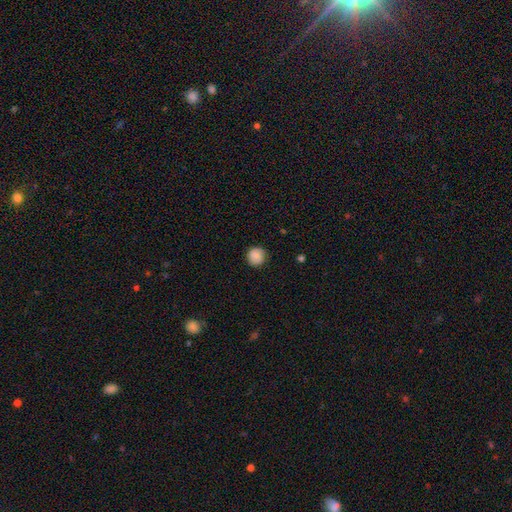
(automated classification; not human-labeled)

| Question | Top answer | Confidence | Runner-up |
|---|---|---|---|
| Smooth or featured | smooth | 86% | star or artifact (8%) |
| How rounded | round | 92% | in between (7%) |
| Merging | none | 86% | minor disturbance (11%) |